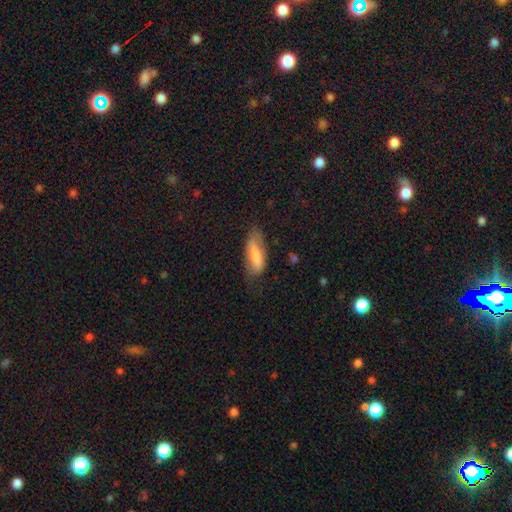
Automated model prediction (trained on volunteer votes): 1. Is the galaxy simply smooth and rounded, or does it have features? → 69% smooth, 24% featured or disk, 7% star or artifact.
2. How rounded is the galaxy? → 66% in between, 32% cigar-shaped, 2% round.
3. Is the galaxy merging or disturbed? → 56% none, 29% minor disturbance, 12% major disturbance, 2% merger.